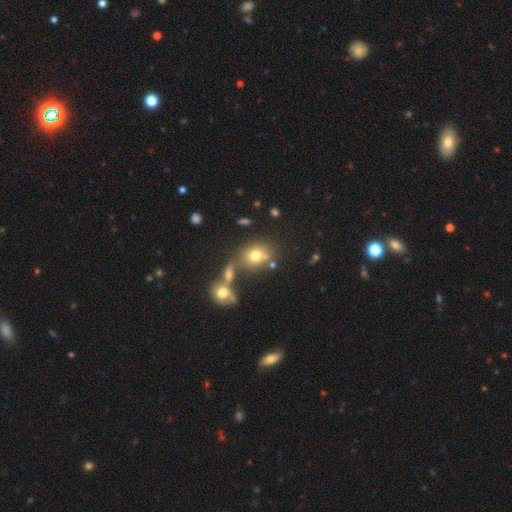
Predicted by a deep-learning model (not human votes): Smooth or featured? Predicted: smooth (p=0.71). How rounded? Predicted: round (p=0.58). Merging? Predicted: none (p=0.52).